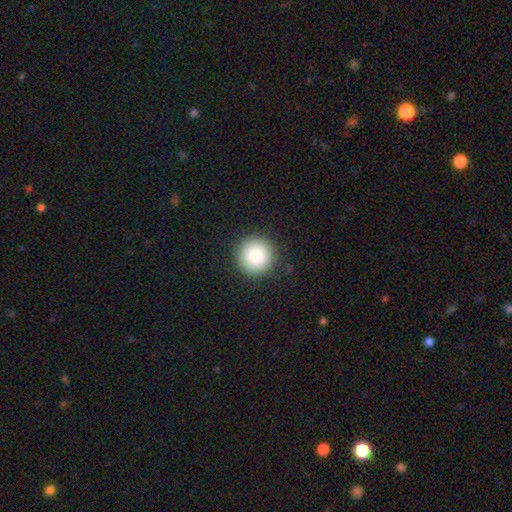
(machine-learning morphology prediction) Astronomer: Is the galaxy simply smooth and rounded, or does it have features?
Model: smooth — 85%.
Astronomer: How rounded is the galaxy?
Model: round — 96%.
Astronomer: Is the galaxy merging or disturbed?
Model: none — 91%.